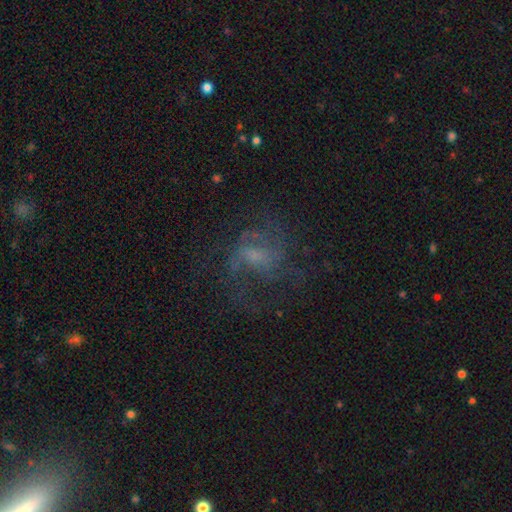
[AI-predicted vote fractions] Smooth or featured: featured or disk — 64% (smooth — 20%)
Edge-on disk: no — 97% (yes — 3%)
Bar: no — 49% (weak — 42%)
Spiral arms: yes — 74% (no — 26%)
Bulge size: small — 40% (moderate — 27%)
Merging: none — 54% (major disturbance — 27%)